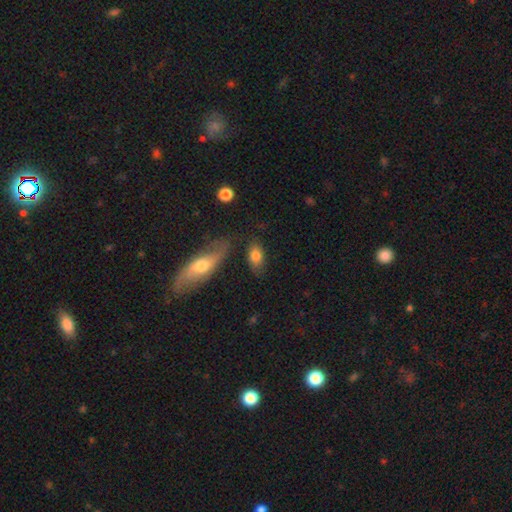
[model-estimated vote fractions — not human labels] This appears to be a smooth galaxy with no disk features (78%) that is in between round and cigar-shaped (85%). Merging: none (74%).